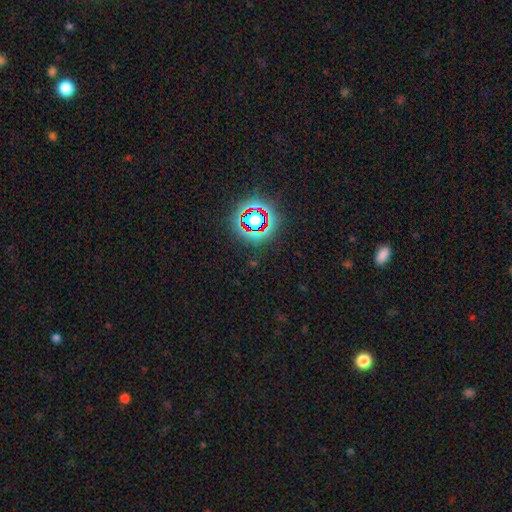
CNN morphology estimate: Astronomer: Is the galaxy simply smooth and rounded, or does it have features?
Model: star or artifact — 77%.